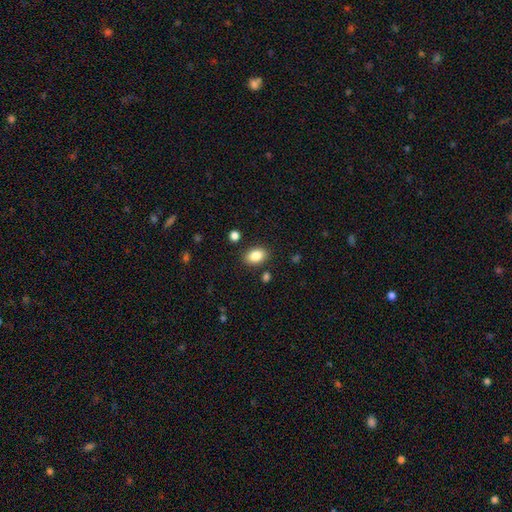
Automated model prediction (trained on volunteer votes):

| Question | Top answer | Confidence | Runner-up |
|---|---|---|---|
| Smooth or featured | smooth | 86% | star or artifact (8%) |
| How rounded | in between | 82% | round (16%) |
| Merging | none | 85% | minor disturbance (9%) |